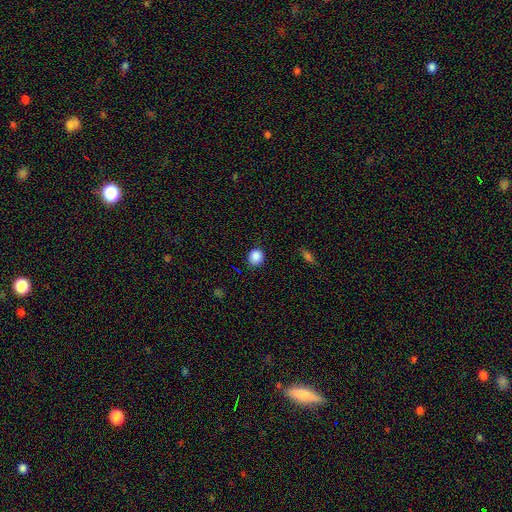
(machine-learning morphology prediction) Smooth or featured: smooth — 87% (star or artifact — 10%)
How rounded: round — 85% (in between — 14%)
Merging: none — 88% (minor disturbance — 9%)